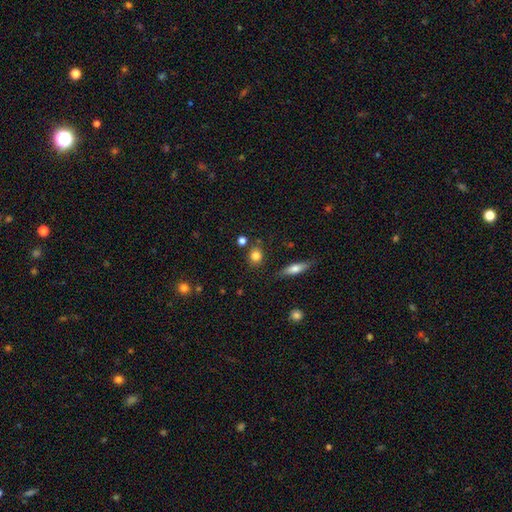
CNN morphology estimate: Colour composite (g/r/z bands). It shows a smooth galaxy with no disk features (81%) that is round (74%). Merging: none (80%).